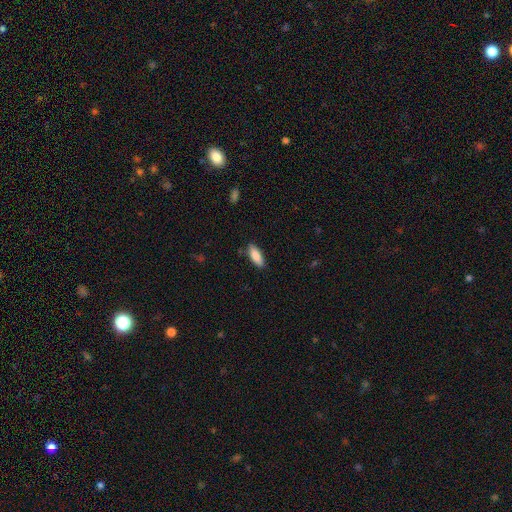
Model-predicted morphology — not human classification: Smooth or featured? smooth (86%)
How rounded? in between (70%)
Merging? none (85%)